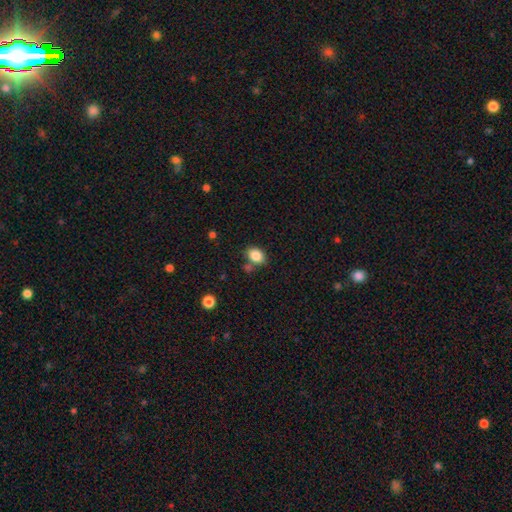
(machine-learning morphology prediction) smooth_or_featured: smooth (p=0.85) [alt: star or artifact p=0.09]
how_rounded: in between (p=0.69) [alt: round p=0.30]
merging: none (p=0.69) [alt: minor disturbance p=0.14]